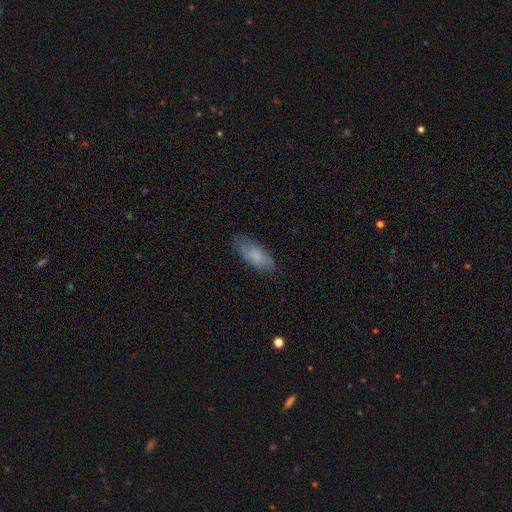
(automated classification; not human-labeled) smooth_or_featured: smooth (p=0.72) [alt: featured or disk p=0.22]
how_rounded: in between (p=0.81) [alt: cigar-shaped p=0.17]
merging: none (p=0.78) [alt: minor disturbance p=0.17]